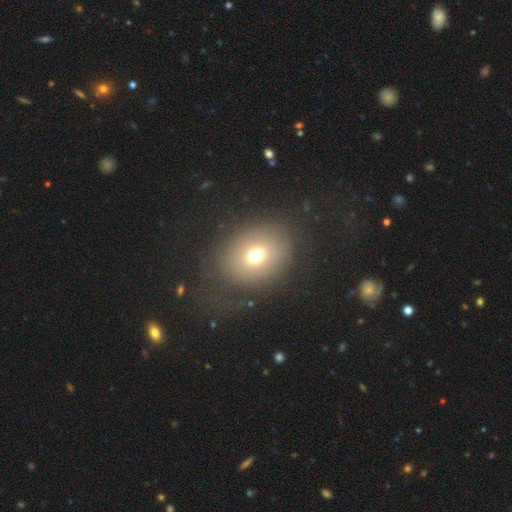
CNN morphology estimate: Smooth or featured? smooth (69%)
How rounded? round (57%)
Merging? none (71%)